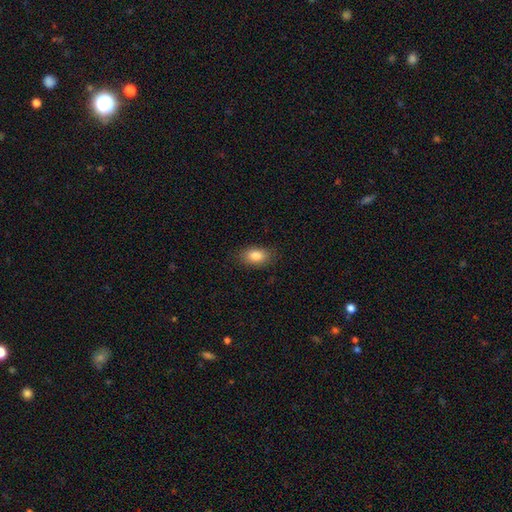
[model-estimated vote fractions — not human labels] Smooth or featured? smooth (84%)
How rounded? in between (87%)
Merging? none (85%)